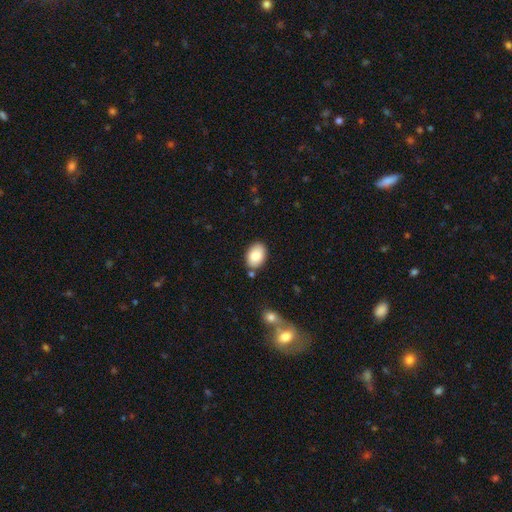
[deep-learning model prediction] The model was most divided on "how rounded": in between: 84%, round: 15%, cigar-shaped: 1%. More confident: smooth or featured — smooth (84%); merging — none (81%).